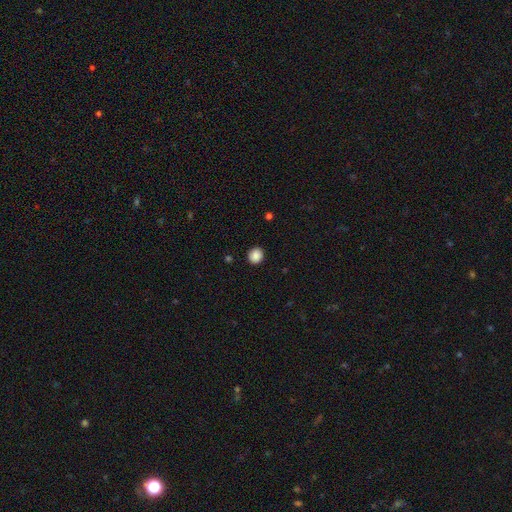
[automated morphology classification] A smooth galaxy with no disk features (88%) that is round (83%).

Vote fractions:
- Smooth or featured? smooth: 88% / star or artifact: 9% / featured or disk: 3%
- How rounded? round: 83% / in between: 16% / cigar-shaped: 1%
- Merging? none: 92% / minor disturbance: 5% / major disturbance: 2% / merger: 1%